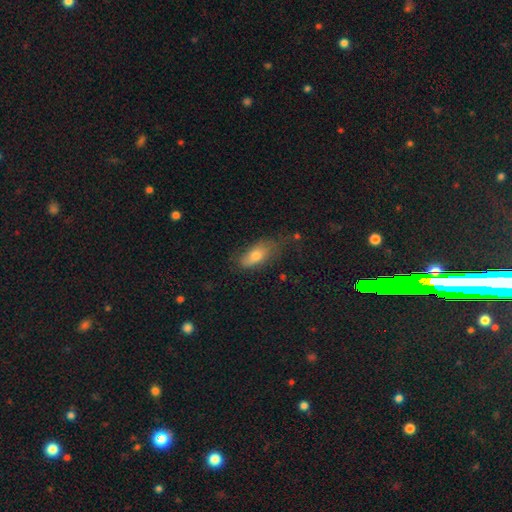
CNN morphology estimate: Smooth or featured: smooth — 71% (featured or disk — 21%)
How rounded: in between — 82% (cigar-shaped — 14%)
Merging: none — 54% (minor disturbance — 31%)